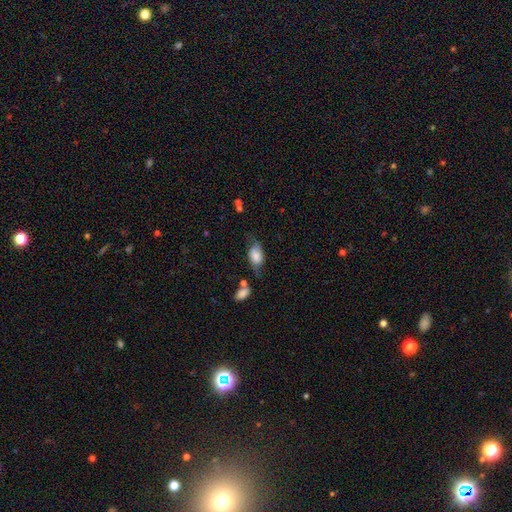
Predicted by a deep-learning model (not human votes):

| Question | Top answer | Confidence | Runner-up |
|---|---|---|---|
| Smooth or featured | smooth | 66% | featured or disk (26%) |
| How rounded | in between | 88% | round (8%) |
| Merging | none | 46% | minor disturbance (29%) |